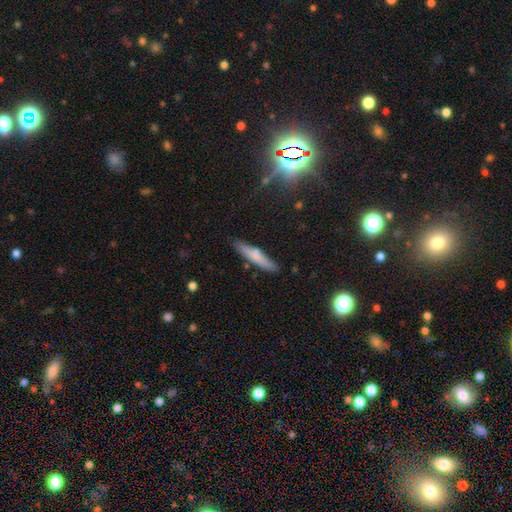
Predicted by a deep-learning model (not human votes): smooth 69%, featured or disk 24%, star or artifact 7%. Down the decision tree: how rounded — cigar-shaped (88%); merging — none (83%).